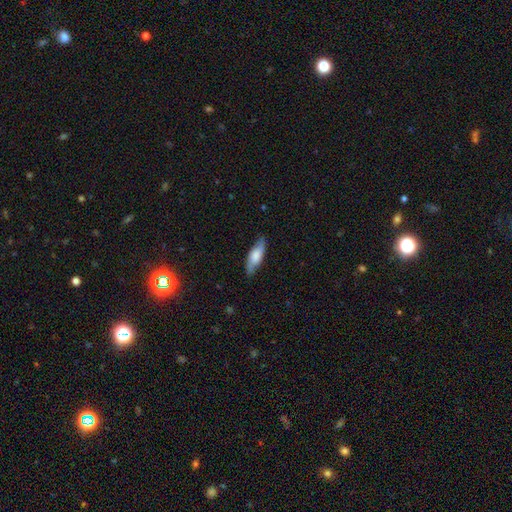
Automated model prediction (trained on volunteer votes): Q: Smooth or featured?
A: smooth (54%); runner-up: featured or disk (40%)
Q: How rounded?
A: in between (54%); runner-up: cigar-shaped (44%)
Q: Merging?
A: none (81%); runner-up: minor disturbance (15%)